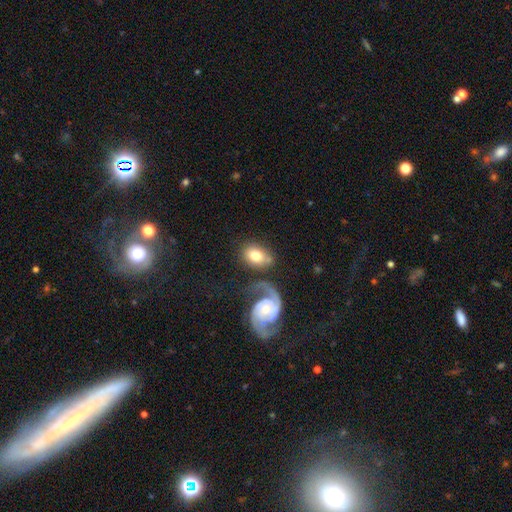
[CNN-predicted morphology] smooth-or-featured: smooth: 64% | featured or disk: 30% | star or artifact: 6%
  how-rounded: in between: 73% | round: 25% | cigar-shaped: 1%
  merging: none: 50% | merger: 22% | minor disturbance: 16% | major disturbance: 12%